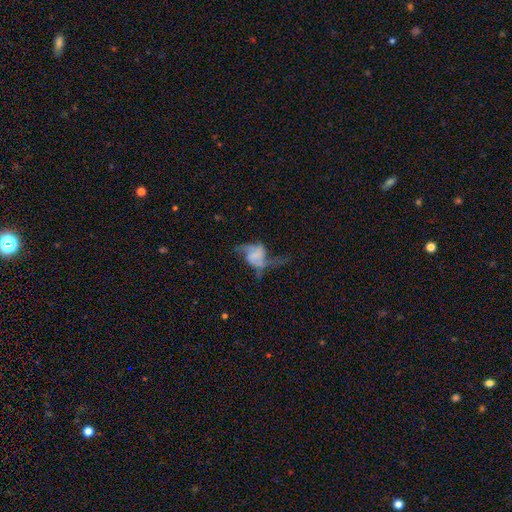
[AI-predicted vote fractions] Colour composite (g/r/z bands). It shows a featured or disk galaxy (62%) with no bar (64%), spiral arms (71%) and no central bulge (63%). Merging: major disturbance (44%).